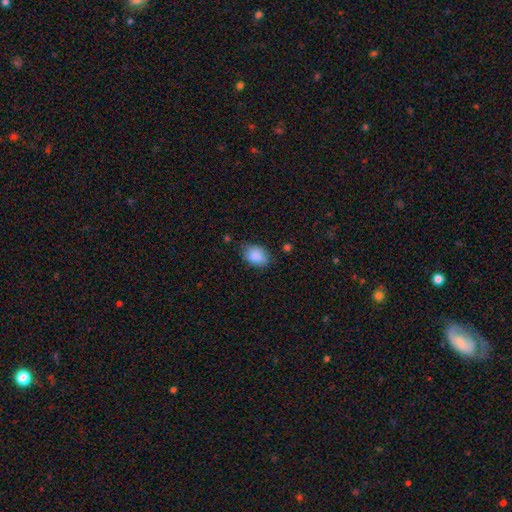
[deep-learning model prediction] Smooth or featured? smooth (88%)
How rounded? in between (80%)
Merging? none (71%)